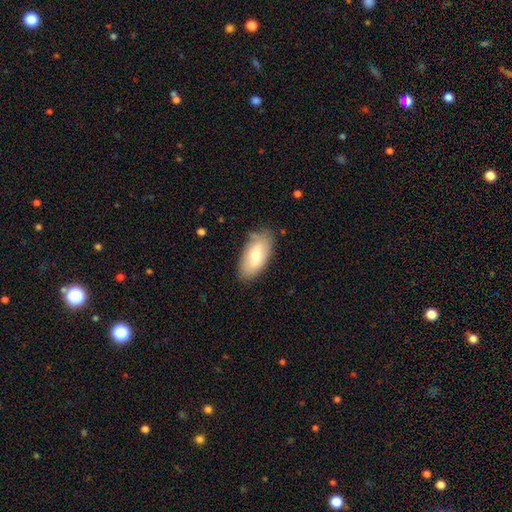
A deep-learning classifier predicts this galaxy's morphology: smooth_or_featured: smooth (p=0.71) [alt: featured or disk p=0.23]
how_rounded: in between (p=0.91) [alt: cigar-shaped p=0.06]
merging: none (p=0.75) [alt: minor disturbance p=0.19]